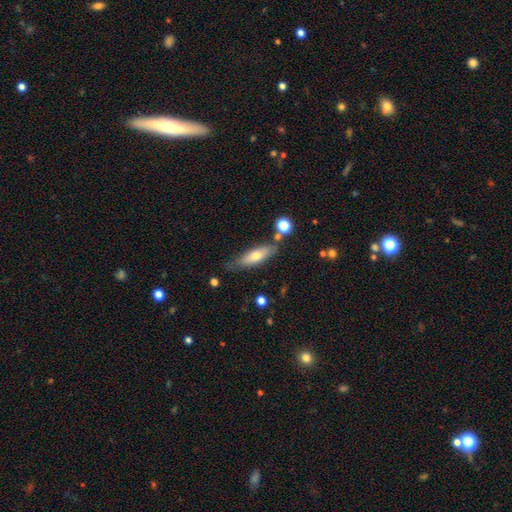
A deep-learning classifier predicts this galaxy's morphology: type=smooth (59%); roundness=cigar-shaped (57%); merging=none (71%).